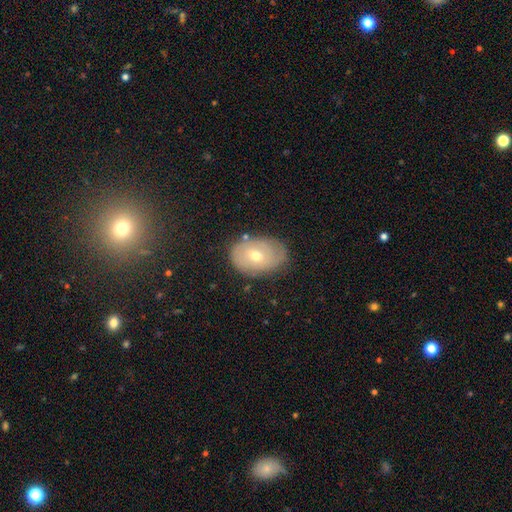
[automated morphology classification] This appears to be a featured or disk galaxy (46%, tied with smooth). Merging: none (73%).